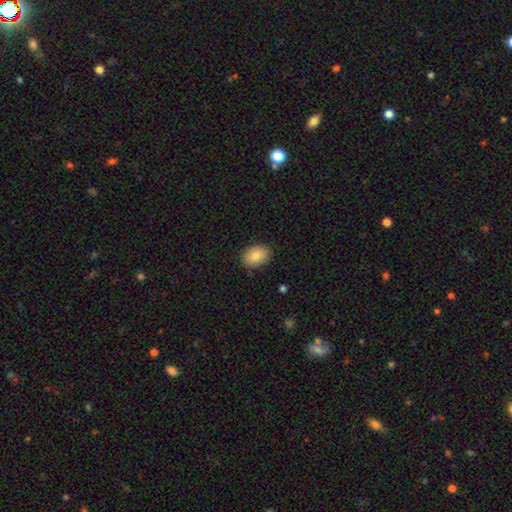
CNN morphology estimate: Smooth or featured?
  - smooth: 85% *
  - featured or disk: 8%
  - star or artifact: 7%
How rounded?
  - in between: 80% *
  - round: 19%
  - cigar-shaped: 1%
Merging?
  - none: 85% *
  - minor disturbance: 11%
  - major disturbance: 2%
  - merger: 1%